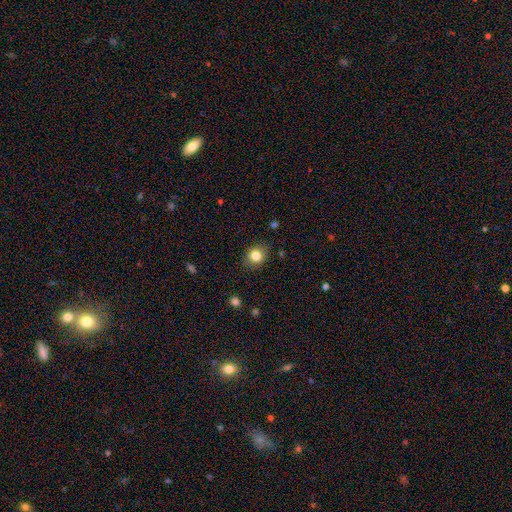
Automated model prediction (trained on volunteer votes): The model was most divided on "how rounded": round: 73%, in between: 26%, cigar-shaped: 1%. More confident: merging — none (84%); smooth or featured — smooth (82%).